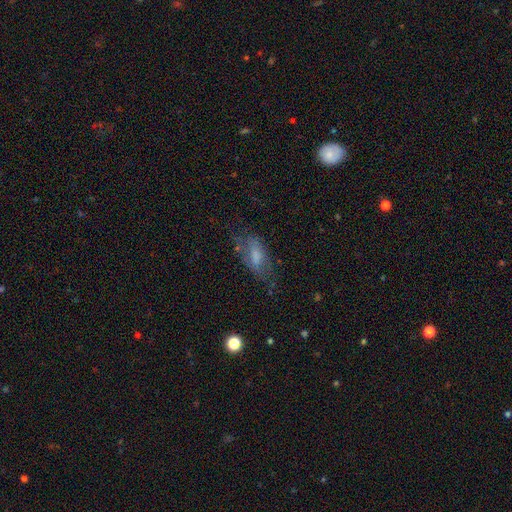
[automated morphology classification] Q: Smooth or featured?
A: smooth (55%); runner-up: featured or disk (35%)
Q: How rounded?
A: in between (78%); runner-up: cigar-shaped (19%)
Q: Merging?
A: none (54%); runner-up: minor disturbance (25%)